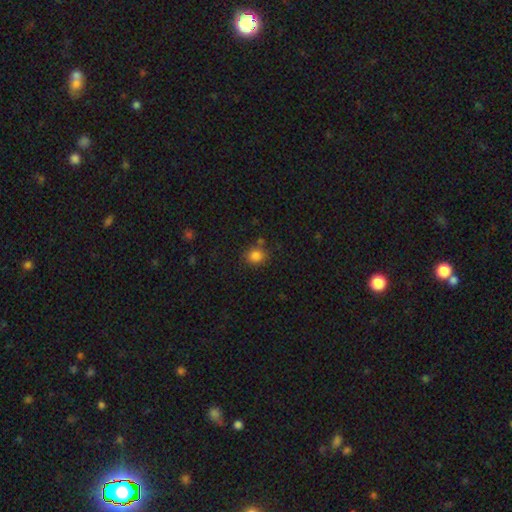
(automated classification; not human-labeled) Smooth or featured? Predicted: smooth (p=0.84). How rounded? Predicted: round (p=0.72). Merging? Predicted: none (p=0.77).